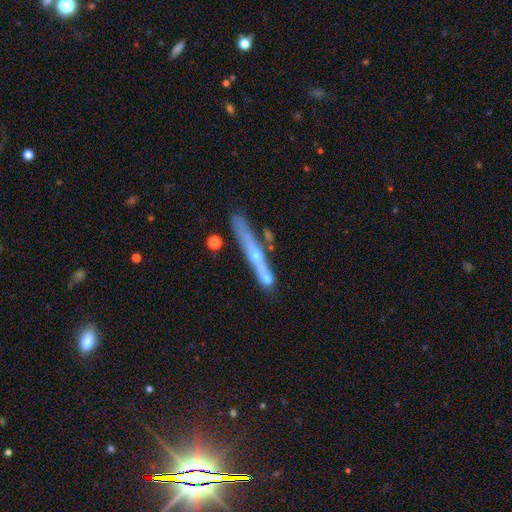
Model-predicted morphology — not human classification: type=featured or disk (64%); edge-on=yes (89%); edge-on bulge=rounded (77%); merging=none (67%).